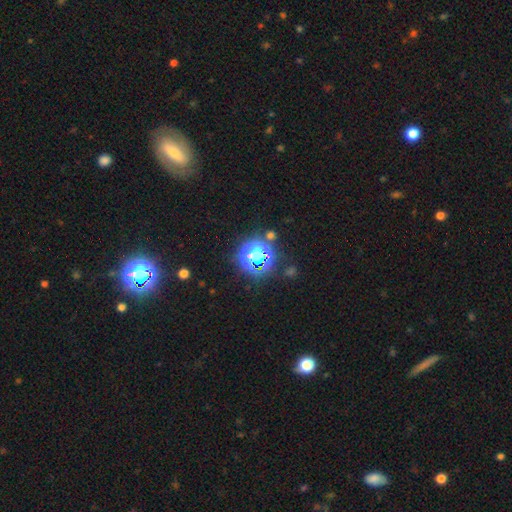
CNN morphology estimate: A star or artifact, not a galaxy (60%).